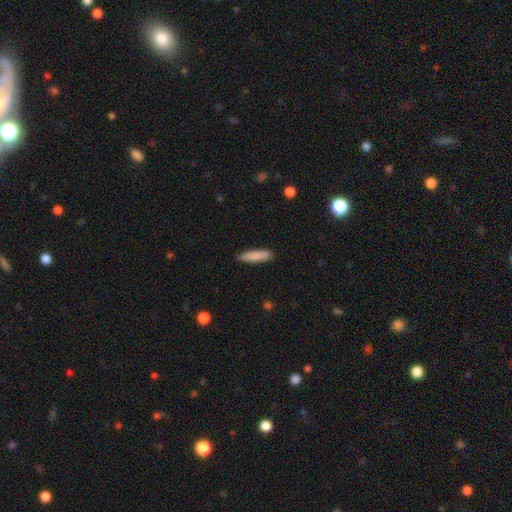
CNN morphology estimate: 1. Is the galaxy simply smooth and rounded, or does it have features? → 86% smooth, 8% featured or disk, 6% star or artifact.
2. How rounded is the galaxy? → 74% cigar-shaped, 25% in between, 1% round.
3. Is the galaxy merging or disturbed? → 89% none, 8% minor disturbance, 2% major disturbance, 1% merger.